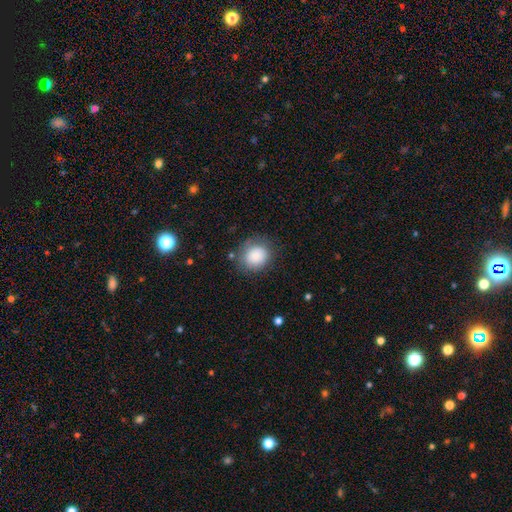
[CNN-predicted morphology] smooth_or_featured: smooth (p=0.86) [alt: star or artifact p=0.08]
how_rounded: round (p=0.71) [alt: in between p=0.28]
merging: none (p=0.73) [alt: minor disturbance p=0.18]